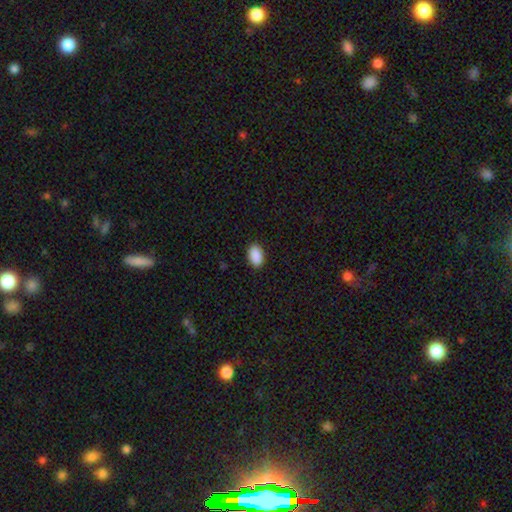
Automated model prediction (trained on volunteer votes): smooth 91%, star or artifact 7%, featured or disk 2%. Down the decision tree: how rounded — in between (93%); merging — none (90%).